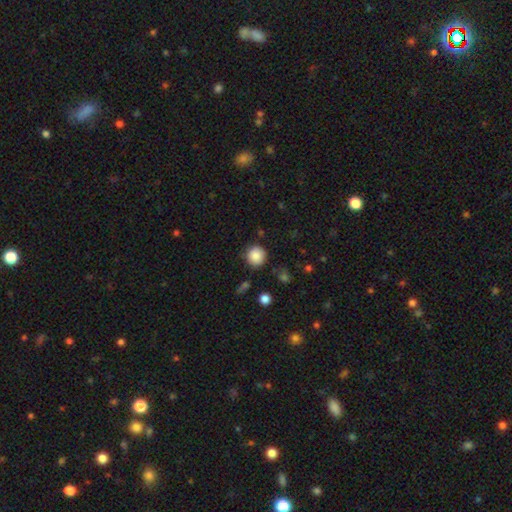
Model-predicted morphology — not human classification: A smooth galaxy with no disk features (87%) that is round (92%).

Vote fractions:
- Smooth or featured? smooth: 87% / star or artifact: 9% / featured or disk: 4%
- How rounded? round: 92% / in between: 7% / cigar-shaped: 1%
- Merging? none: 84% / minor disturbance: 11% / major disturbance: 3% / merger: 2%